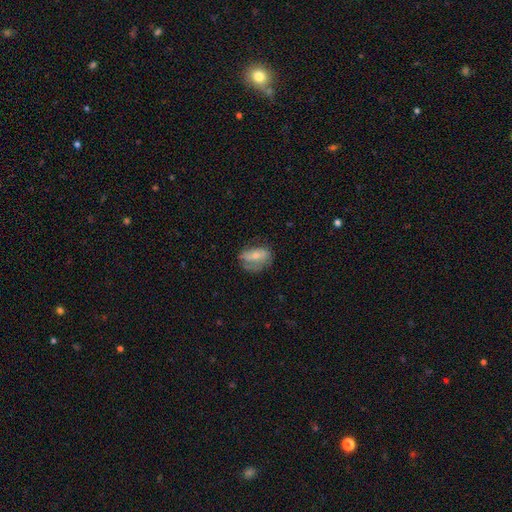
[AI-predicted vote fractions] smooth_or_featured: smooth (p=0.50) [alt: featured or disk p=0.42]
merging: none (p=0.50) [alt: minor disturbance p=0.29]